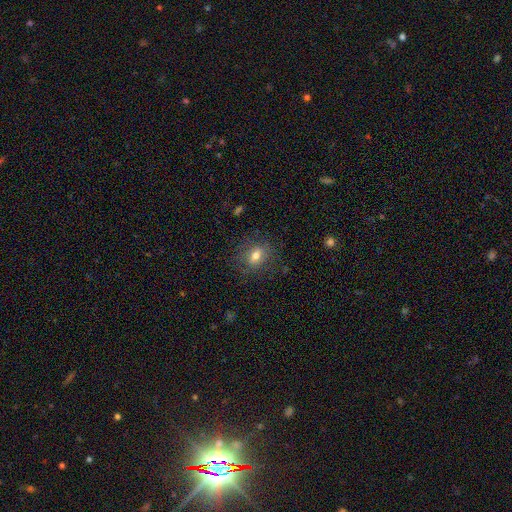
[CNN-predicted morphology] type=smooth (70%); roundness=in between (58%); merging=none (79%).